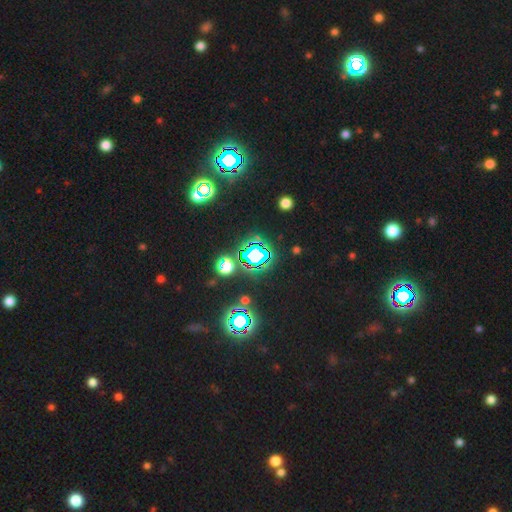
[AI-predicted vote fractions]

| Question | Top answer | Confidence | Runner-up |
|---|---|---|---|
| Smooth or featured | star or artifact | 77% | smooth (15%) |